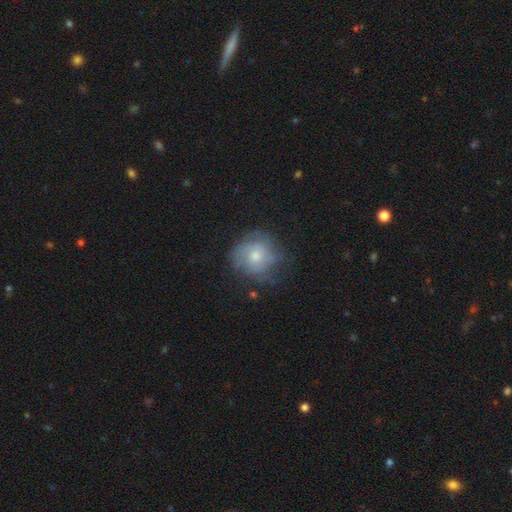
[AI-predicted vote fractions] Smooth or featured?
  - featured or disk: 47% *
  - smooth: 44%
  - star or artifact: 9%
Merging?
  - none: 62% *
  - minor disturbance: 23%
  - major disturbance: 13%
  - merger: 2%